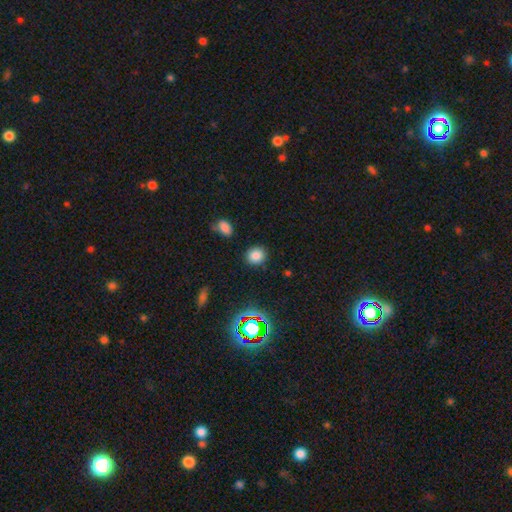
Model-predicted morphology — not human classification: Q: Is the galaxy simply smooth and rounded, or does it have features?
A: smooth — 81%.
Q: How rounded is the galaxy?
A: round — 77%.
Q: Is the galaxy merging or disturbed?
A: none — 87%.